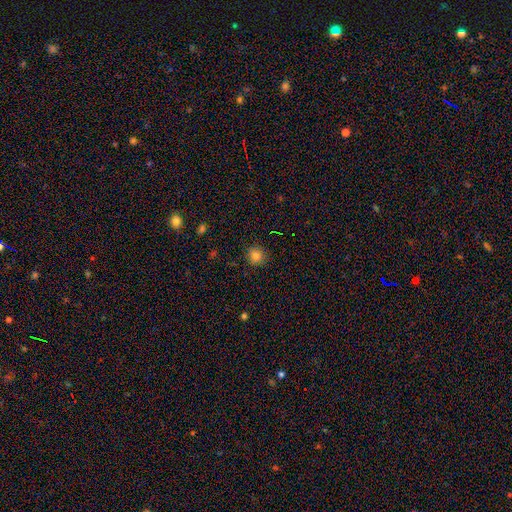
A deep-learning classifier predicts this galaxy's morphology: Smooth or featured? smooth (82%)
How rounded? round (91%)
Merging? none (91%)